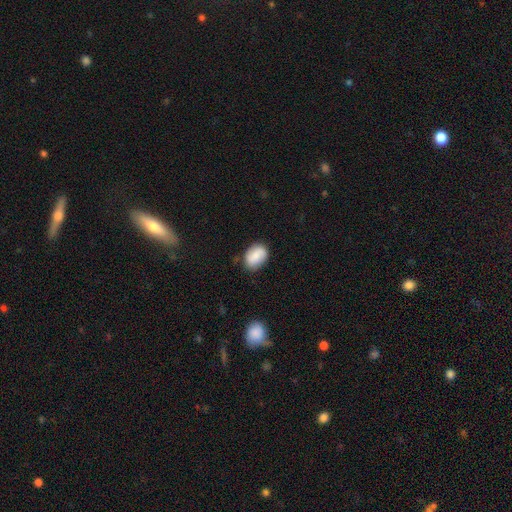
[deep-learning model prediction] This appears to be a smooth galaxy with no disk features (79%) that is in between round and cigar-shaped (76%). Merging: none (76%).